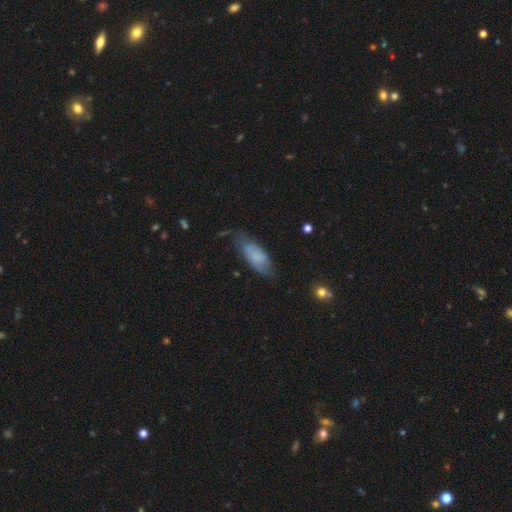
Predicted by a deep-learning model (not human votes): Smooth or featured?
  - smooth: 56% *
  - featured or disk: 35%
  - star or artifact: 8%
How rounded?
  - in between: 77% *
  - cigar-shaped: 21%
  - round: 2%
Merging?
  - none: 50% *
  - minor disturbance: 32%
  - major disturbance: 15%
  - merger: 3%